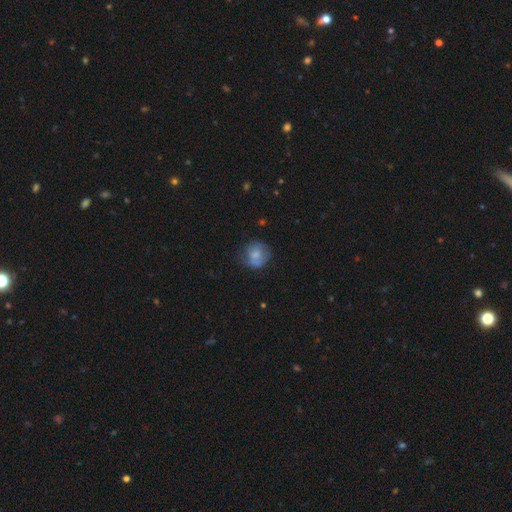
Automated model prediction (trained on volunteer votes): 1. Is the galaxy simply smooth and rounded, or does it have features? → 66% smooth, 25% featured or disk, 9% star or artifact.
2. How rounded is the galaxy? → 84% round, 15% in between, 1% cigar-shaped.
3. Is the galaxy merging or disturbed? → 58% none, 26% minor disturbance, 11% major disturbance, 5% merger.